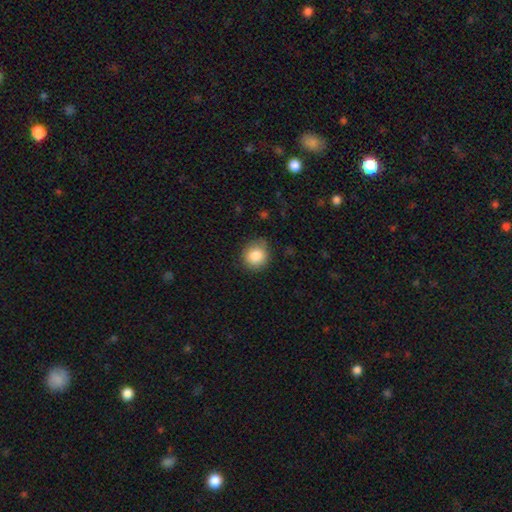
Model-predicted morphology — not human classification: The model was most divided on "merging": none: 81%, minor disturbance: 15%, major disturbance: 3%, merger: 1%. More confident: how rounded — round (86%); smooth or featured — smooth (85%).